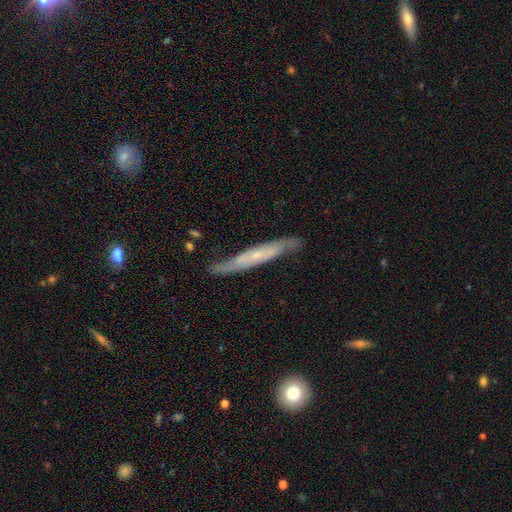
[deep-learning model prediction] Smooth or featured: featured or disk — 72% (smooth — 22%)
Edge-on disk: yes — 58% (no — 42%)
Merging: none — 72% (minor disturbance — 21%)